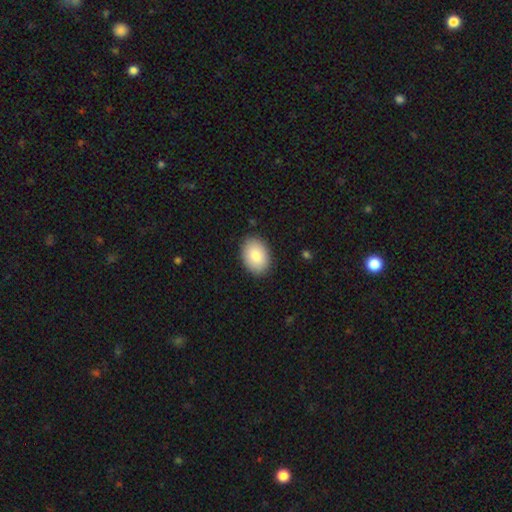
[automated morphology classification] Overall: smooth (86%). How rounded: in between (86%). Merging: none (88%).